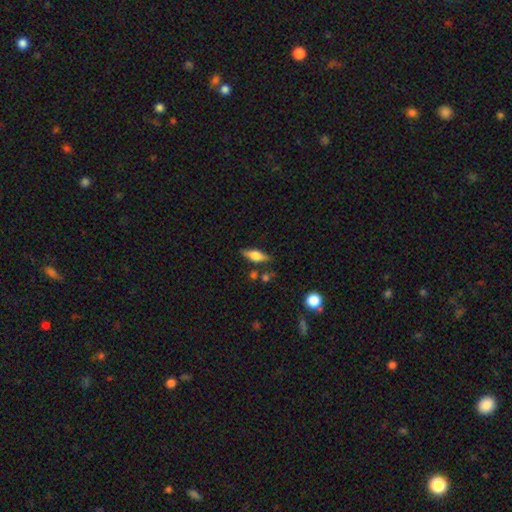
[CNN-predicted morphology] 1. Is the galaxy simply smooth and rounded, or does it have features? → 51% smooth, 42% featured or disk, 7% star or artifact.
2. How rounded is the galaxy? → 56% in between, 41% cigar-shaped, 4% round.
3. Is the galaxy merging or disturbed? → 78% none, 13% minor disturbance, 5% merger, 3% major disturbance.